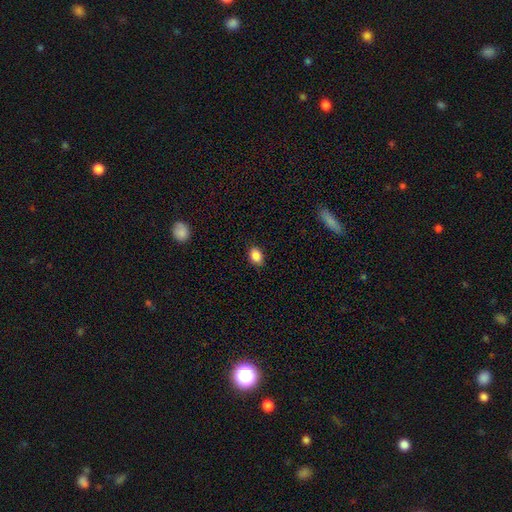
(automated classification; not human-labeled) This is clearly a smooth galaxy (87%). How rounded: likely in between (78%). Merging: clearly none (86%).